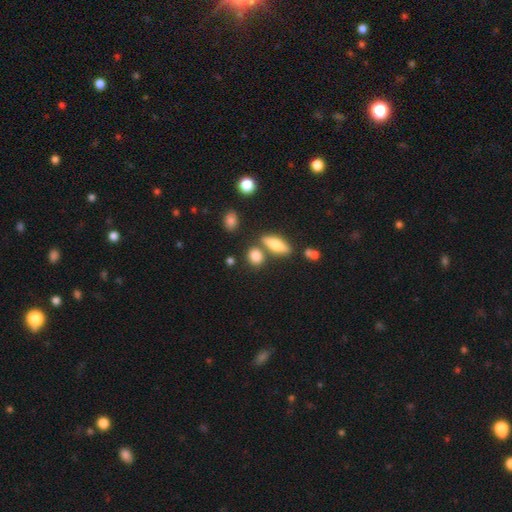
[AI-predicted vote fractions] This is clearly a smooth galaxy (83%). How rounded: possibly in between (46%). Merging: likely none (65%).